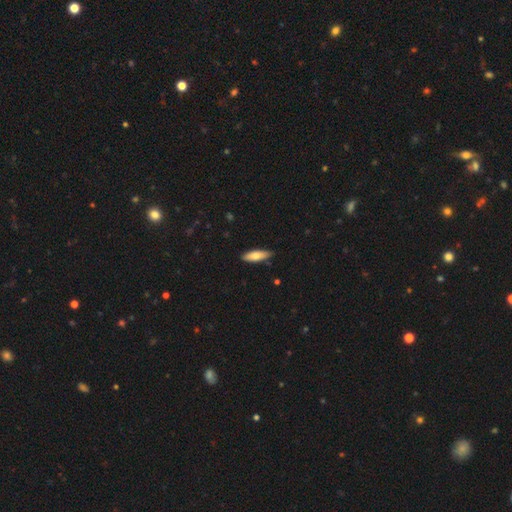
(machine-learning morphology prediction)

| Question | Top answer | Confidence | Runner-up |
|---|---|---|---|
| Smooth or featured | smooth | 72% | featured or disk (22%) |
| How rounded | cigar-shaped | 49% | tied: in between (49%) |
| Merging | none | 84% | minor disturbance (13%) |